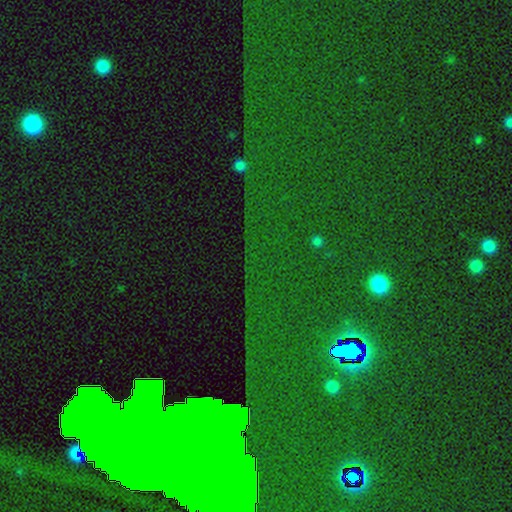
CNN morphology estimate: smooth-or-featured: star or artifact: 73% | featured or disk: 13% | smooth: 13%